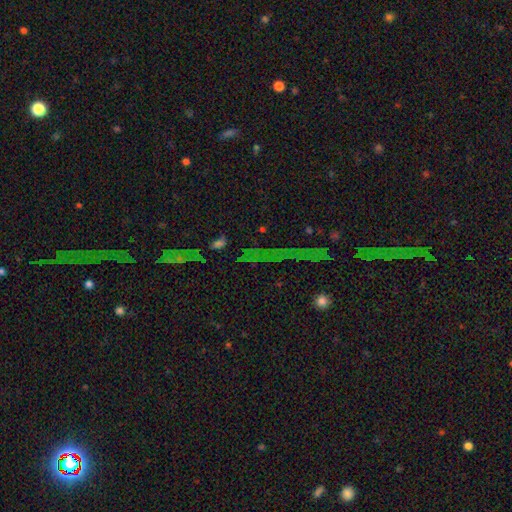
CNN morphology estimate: Smooth or featured?
  - star or artifact: 74% *
  - smooth: 14%
  - featured or disk: 12%